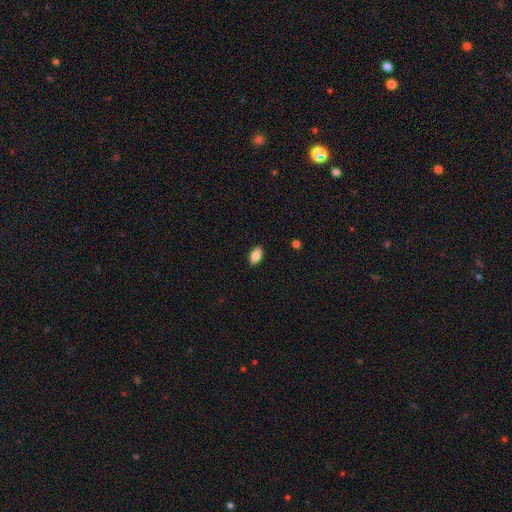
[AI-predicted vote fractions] Smooth or featured?
  - smooth: 86% *
  - featured or disk: 7%
  - star or artifact: 7%
How rounded?
  - in between: 92% *
  - cigar-shaped: 5%
  - round: 3%
Merging?
  - none: 89% *
  - minor disturbance: 8%
  - major disturbance: 2%
  - merger: 1%